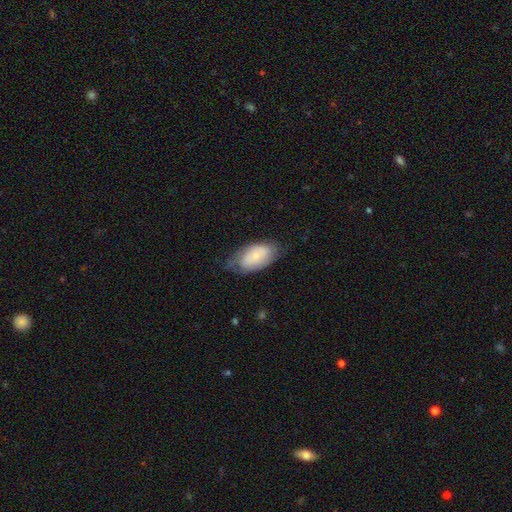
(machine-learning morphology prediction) Q: Smooth or featured?
A: smooth (58%); runner-up: featured or disk (36%)
Q: How rounded?
A: in between (93%); runner-up: round (4%)
Q: Merging?
A: none (60%); runner-up: minor disturbance (28%)